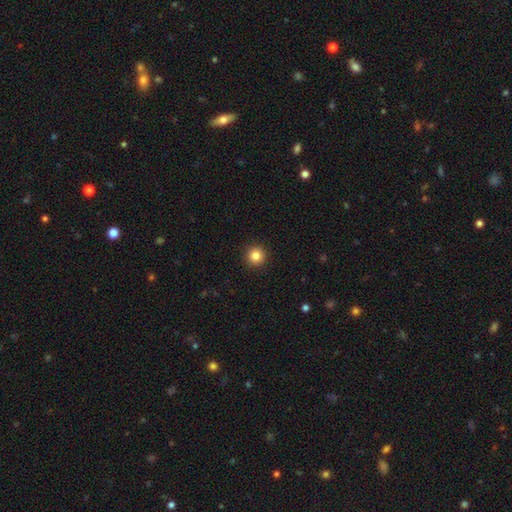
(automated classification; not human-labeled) Morphology: type=smooth (84%); roundness=round (96%); merging=none (93%).